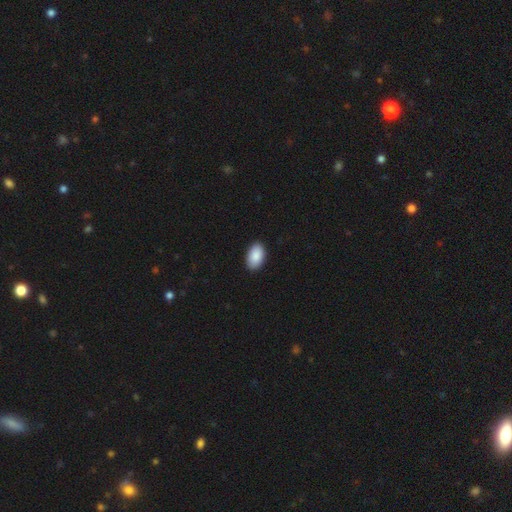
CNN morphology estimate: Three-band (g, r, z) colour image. It shows a smooth galaxy with no disk features (90%) that is in between round and cigar-shaped (95%). Merging: none (90%).